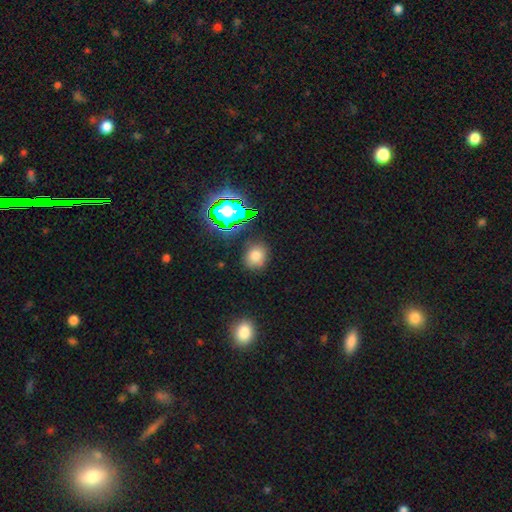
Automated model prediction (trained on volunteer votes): Smooth or featured: smooth — 72% (star or artifact — 20%)
How rounded: round — 67% (in between — 31%)
Merging: none — 82% (minor disturbance — 12%)